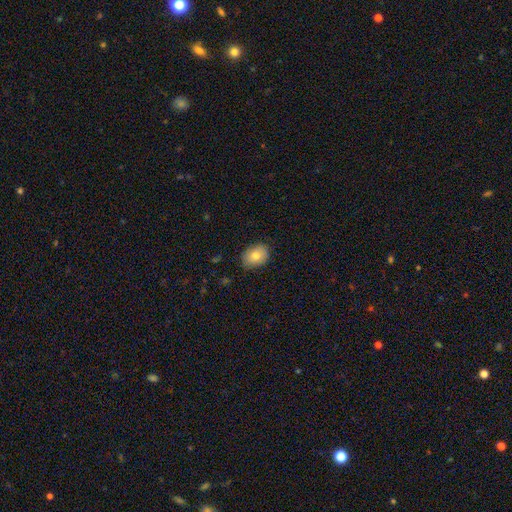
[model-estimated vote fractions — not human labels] Smooth or featured? smooth (79%)
How rounded? in between (68%)
Merging? none (83%)